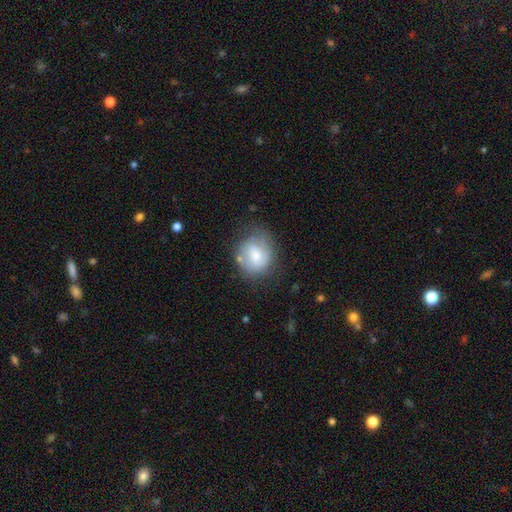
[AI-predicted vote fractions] smooth-or-featured: smooth: 49% | featured or disk: 43% | star or artifact: 8%
  merging: none: 58% | minor disturbance: 25% | major disturbance: 13% | merger: 4%